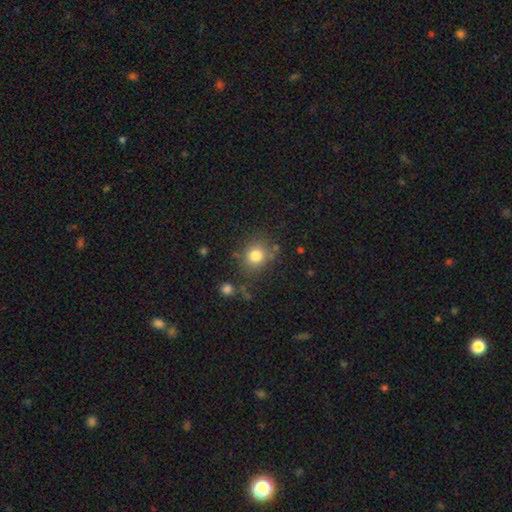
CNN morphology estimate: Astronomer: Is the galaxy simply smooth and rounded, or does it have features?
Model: smooth — 80%.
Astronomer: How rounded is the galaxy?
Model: round — 78%.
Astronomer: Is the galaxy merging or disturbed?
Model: none — 76%.